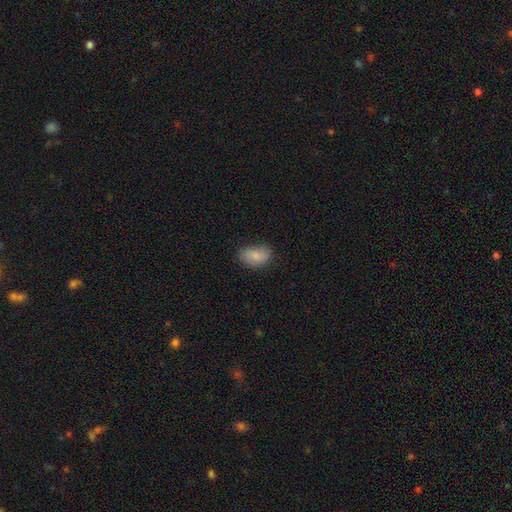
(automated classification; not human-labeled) A smooth galaxy with no disk features (81%) that is in between round and cigar-shaped (89%). Merging: none (70%).